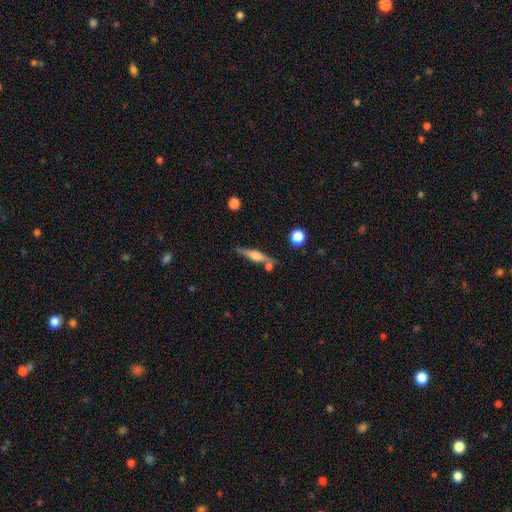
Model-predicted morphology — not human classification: This is likely a featured or disk galaxy (63%). It is clearly viewed edge-on (96%). Edge-on bulge: clearly rounded (82%). Merging: likely none (74%).